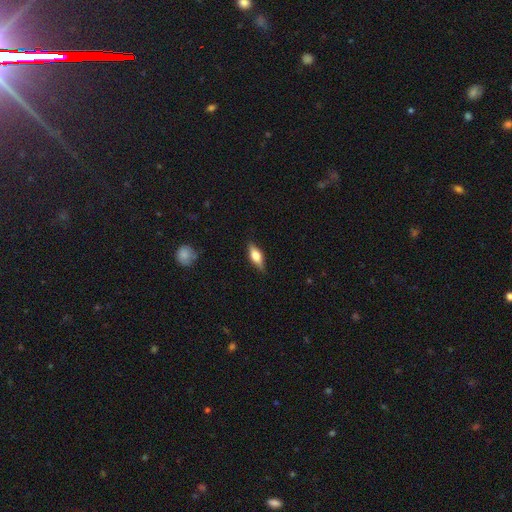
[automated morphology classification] Smooth or featured? smooth (49%)
Merging? none (84%)